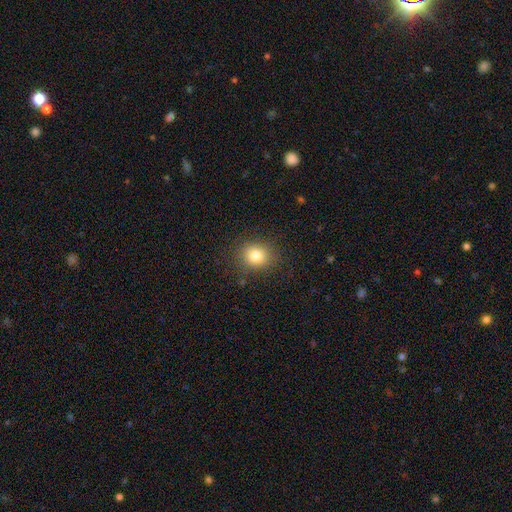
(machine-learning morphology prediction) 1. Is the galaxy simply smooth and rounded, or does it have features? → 81% smooth, 12% star or artifact, 7% featured or disk.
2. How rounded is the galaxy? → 74% round, 25% in between, 1% cigar-shaped.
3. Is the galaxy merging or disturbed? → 87% none, 9% minor disturbance, 3% major disturbance, 1% merger.